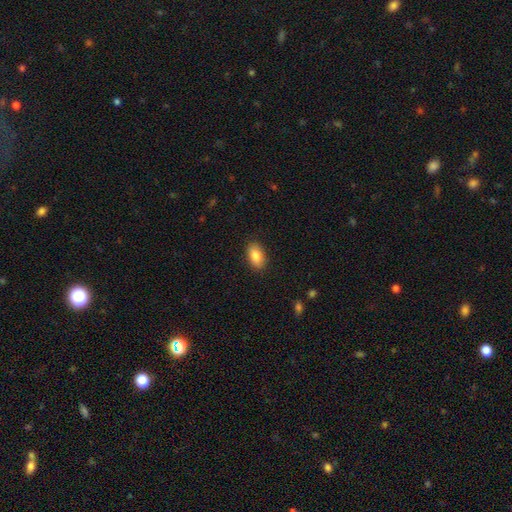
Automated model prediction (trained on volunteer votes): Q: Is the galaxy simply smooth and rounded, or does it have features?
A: smooth — 86%.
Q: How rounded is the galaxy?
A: in between — 91%.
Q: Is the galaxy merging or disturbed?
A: none — 88%.